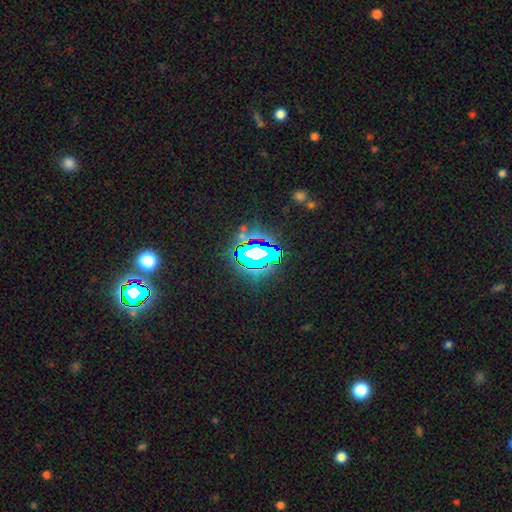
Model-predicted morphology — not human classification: This appears to be a star or artifact, not a galaxy (67%).